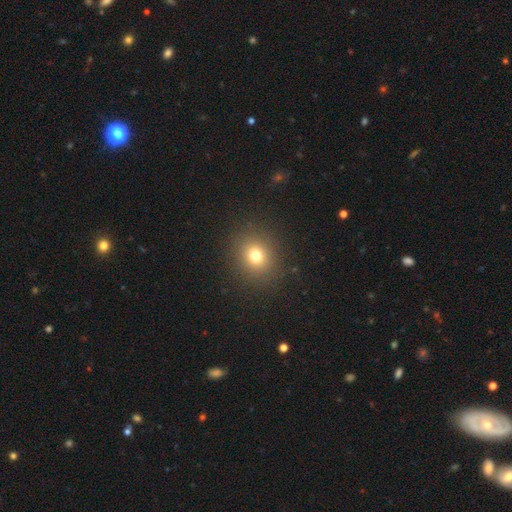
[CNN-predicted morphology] type=smooth (74%); roundness=round (76%); merging=none (89%).